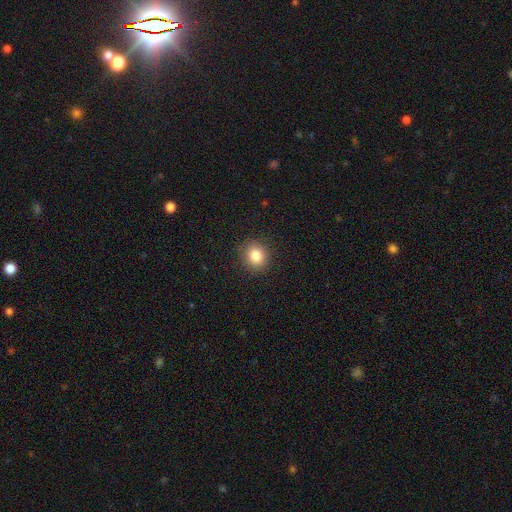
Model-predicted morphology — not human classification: Smooth or featured: smooth — 84% (star or artifact — 10%)
How rounded: round — 79% (in between — 20%)
Merging: none — 89% (minor disturbance — 7%)